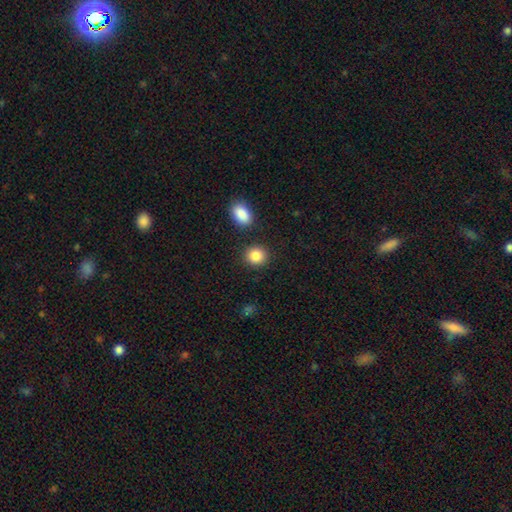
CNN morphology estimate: This appears to be a smooth galaxy with no disk features (87%) that is round (82%). Merging: none (86%).